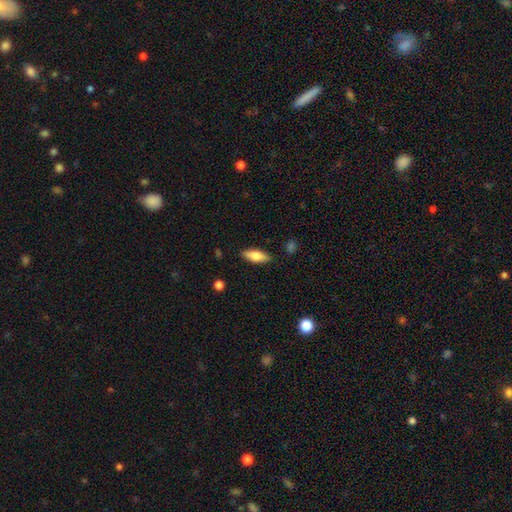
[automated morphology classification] Overall: smooth (67%; featured or disk 27%). How rounded: in between (64%; cigar-shaped 34%). Merging: none (86%).